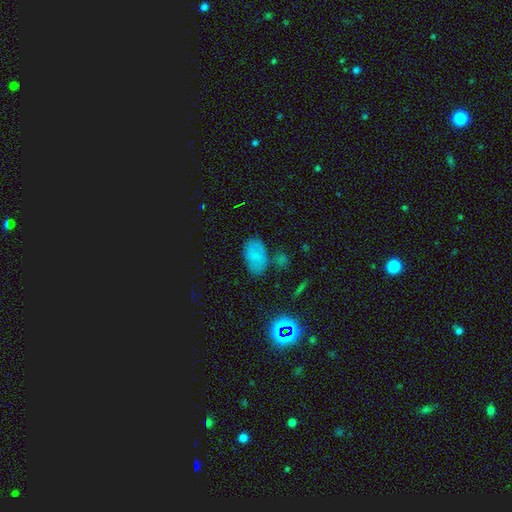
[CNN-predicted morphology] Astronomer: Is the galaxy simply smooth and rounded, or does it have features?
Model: smooth — 66%.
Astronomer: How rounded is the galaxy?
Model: in between — 91%.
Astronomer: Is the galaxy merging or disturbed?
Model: none — 65%.